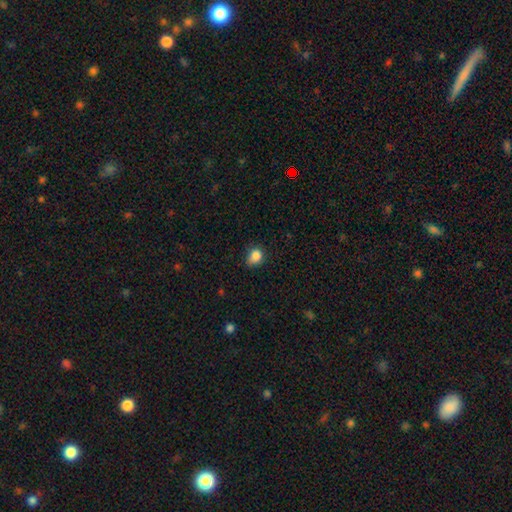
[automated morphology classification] A smooth galaxy with no disk features (84%) that is round (56%). Merging: none (57%).